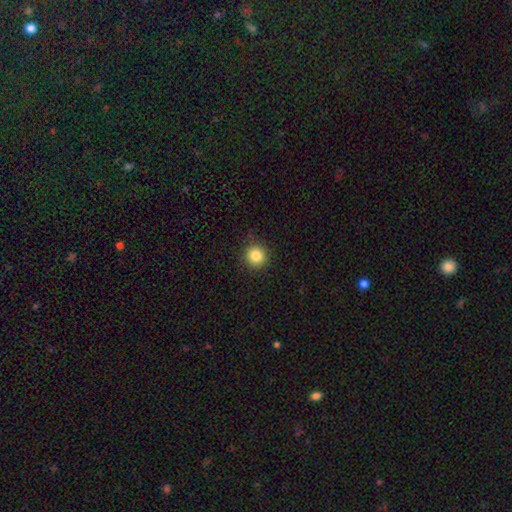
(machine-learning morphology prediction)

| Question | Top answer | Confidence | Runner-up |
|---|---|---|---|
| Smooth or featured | smooth | 84% | star or artifact (11%) |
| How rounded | round | 92% | in between (7%) |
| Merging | none | 88% | minor disturbance (9%) |